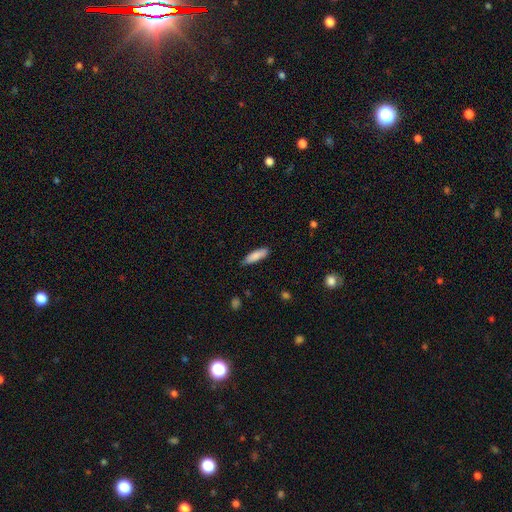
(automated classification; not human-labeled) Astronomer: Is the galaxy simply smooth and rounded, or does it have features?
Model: smooth — 85%.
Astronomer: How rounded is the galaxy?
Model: cigar-shaped — 56% (runner-up: in between, 42%).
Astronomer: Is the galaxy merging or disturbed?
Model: none — 83%.